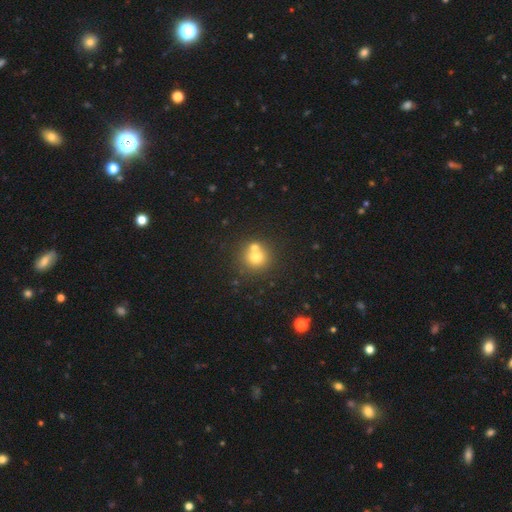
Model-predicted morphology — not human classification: Smooth or featured?
  - smooth: 72% *
  - featured or disk: 15%
  - star or artifact: 13%
How rounded?
  - round: 89% *
  - in between: 10%
  - cigar-shaped: 1%
Merging?
  - none: 56% *
  - merger: 33%
  - minor disturbance: 8%
  - major disturbance: 3%